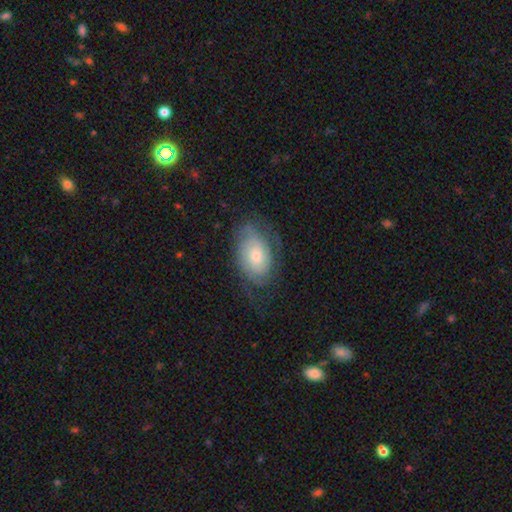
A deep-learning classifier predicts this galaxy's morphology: A featured or disk galaxy (64%) with no bar (74%), tight (56%) spiral arms (87%) and a moderate central bulge (48%). Merging: none (65%).